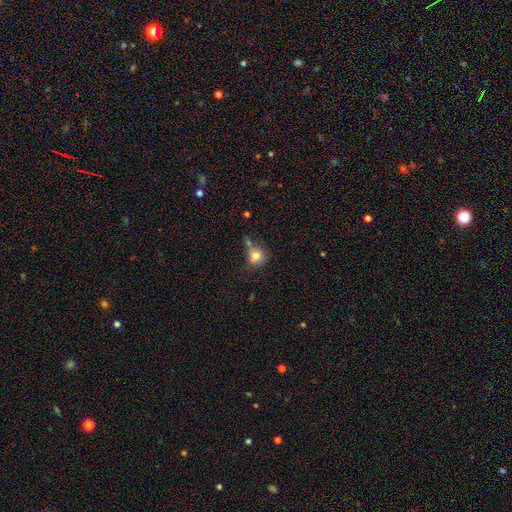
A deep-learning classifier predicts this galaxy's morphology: A smooth galaxy with no disk features (78%) that is round (83%). Merging: none (51%).